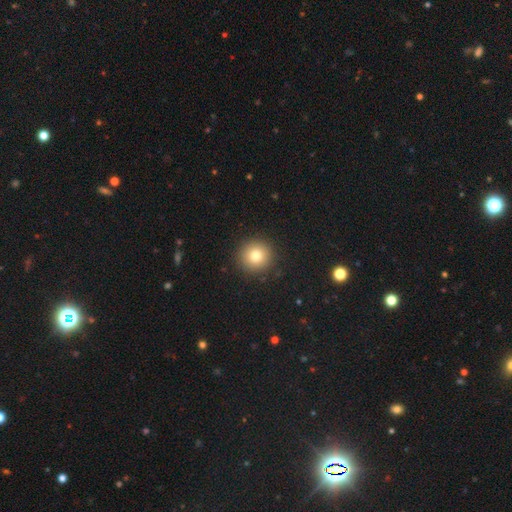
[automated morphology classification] Smooth or featured?
  - smooth: 78% *
  - star or artifact: 11%
  - featured or disk: 10%
How rounded?
  - round: 95% *
  - in between: 4%
  - cigar-shaped: 1%
Merging?
  - none: 91% *
  - minor disturbance: 6%
  - major disturbance: 2%
  - merger: 1%